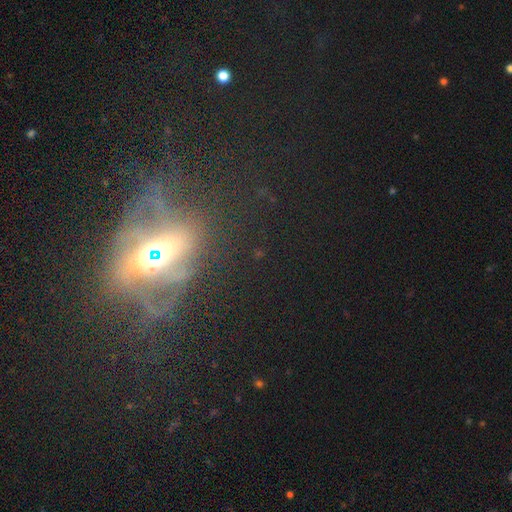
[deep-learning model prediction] This appears to be a featured or disk galaxy (46%). Merging: none (47%).